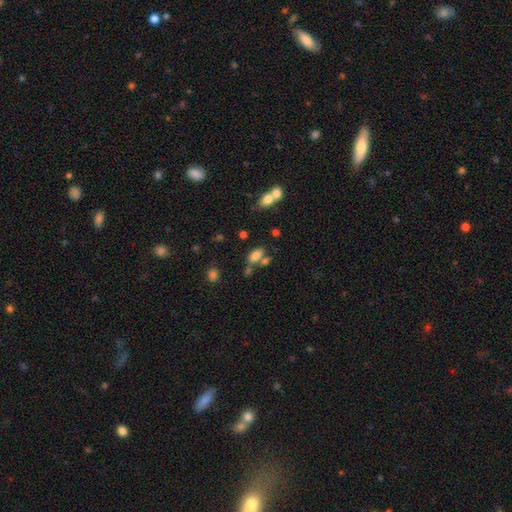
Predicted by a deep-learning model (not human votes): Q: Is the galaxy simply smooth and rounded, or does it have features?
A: smooth — 78%.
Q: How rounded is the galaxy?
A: in between — 89%.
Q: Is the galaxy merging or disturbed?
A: none — 48%.